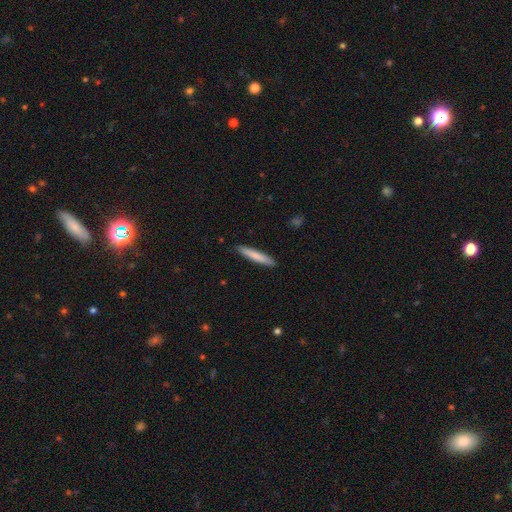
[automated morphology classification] A smooth galaxy with no disk features (80%) that is cigar-shaped (93%).

Vote fractions:
- Smooth or featured? smooth: 80% / featured or disk: 14% / star or artifact: 5%
- How rounded? cigar-shaped: 93% / in between: 6% / round: 1%
- Merging? none: 90% / minor disturbance: 8% / major disturbance: 1% / merger: 1%